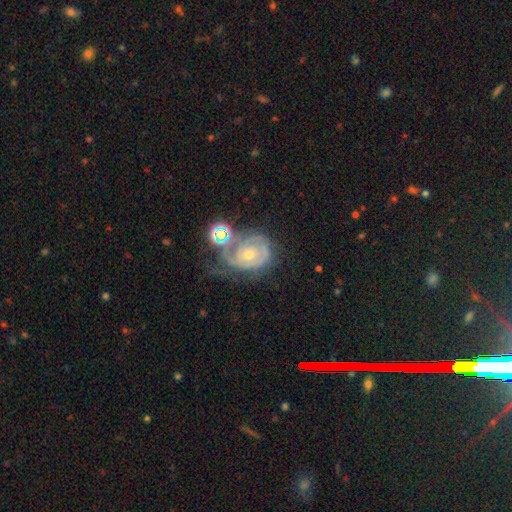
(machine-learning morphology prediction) type=featured or disk (72%); edge-on=no (96%); bar=no (75%); spiral arms=yes (83%); winding=tight (69%); arm count=can't tell (45%); bulge=small (54%); merging=none (40%).